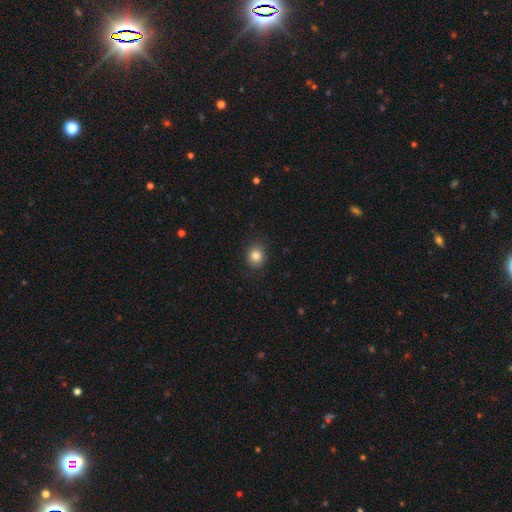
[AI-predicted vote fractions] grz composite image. It shows a smooth galaxy with no disk features (83%) that is round (66%). Merging: none (86%).